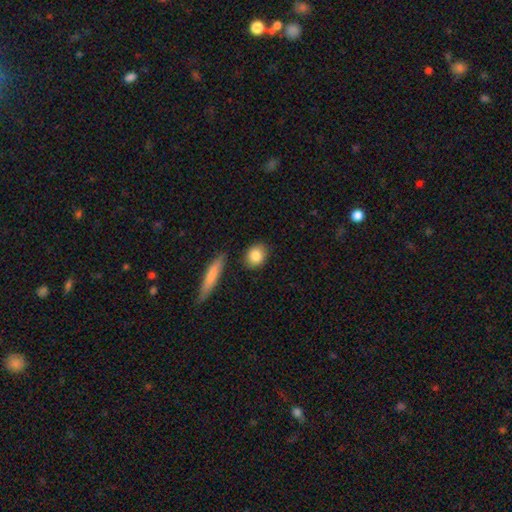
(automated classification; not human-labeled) The model was most divided on "how rounded": round: 54%, in between: 42%, cigar-shaped: 4%. More confident: smooth or featured — smooth (84%); merging — none (84%).